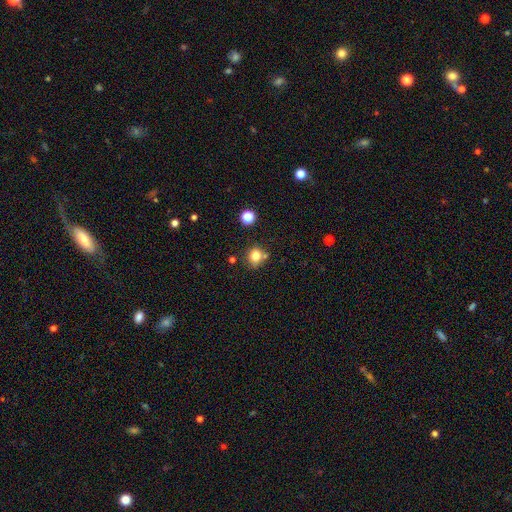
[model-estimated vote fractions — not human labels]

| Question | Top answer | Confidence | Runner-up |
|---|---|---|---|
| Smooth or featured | smooth | 79% | star or artifact (13%) |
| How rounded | round | 77% | in between (22%) |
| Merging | none | 69% | merger (14%) |